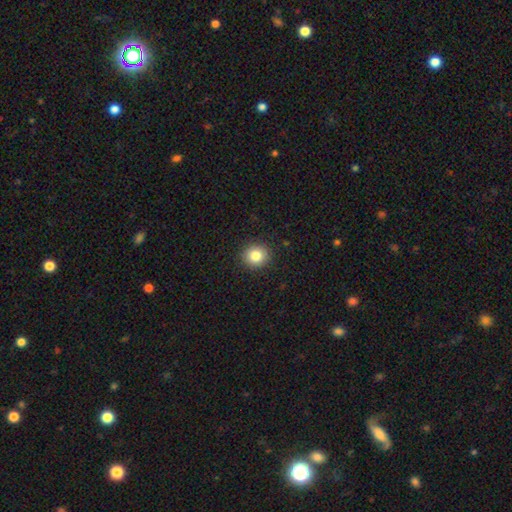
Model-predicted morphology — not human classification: Q: Smooth or featured?
A: smooth (83%); runner-up: star or artifact (10%)
Q: How rounded?
A: round (87%); runner-up: in between (12%)
Q: Merging?
A: none (92%); runner-up: minor disturbance (6%)